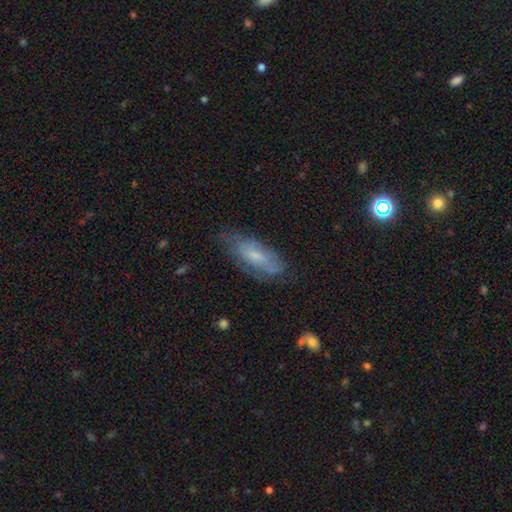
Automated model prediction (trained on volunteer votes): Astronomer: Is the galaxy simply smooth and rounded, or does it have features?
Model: smooth — 50% (runner-up: featured or disk, 42%).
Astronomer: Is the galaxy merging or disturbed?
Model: none — 63%.